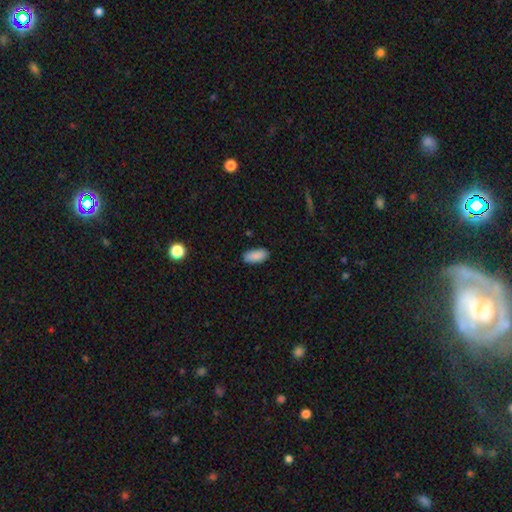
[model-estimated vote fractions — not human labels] smooth 89%, star or artifact 7%, featured or disk 4%. Down the decision tree: how rounded — in between (89%); merging — none (87%).